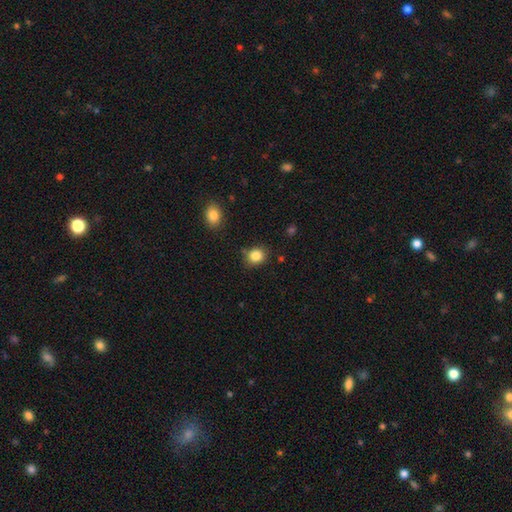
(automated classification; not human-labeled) The model was most divided on "how rounded": round: 71%, in between: 28%, cigar-shaped: 1%. More confident: smooth or featured — smooth (85%); merging — none (79%).